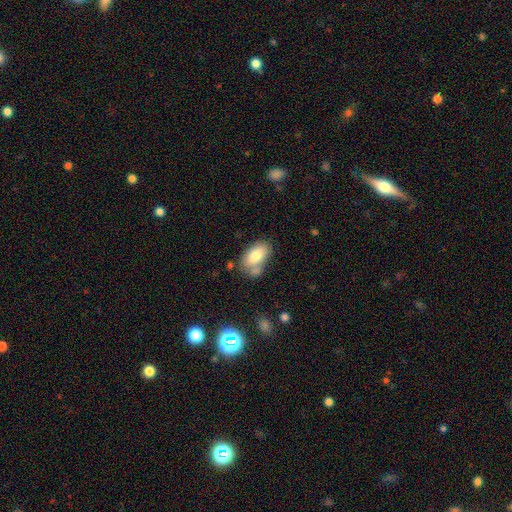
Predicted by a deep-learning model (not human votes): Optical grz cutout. It shows a smooth galaxy with no disk features (77%) that is in between round and cigar-shaped (93%). Merging: none (55%).